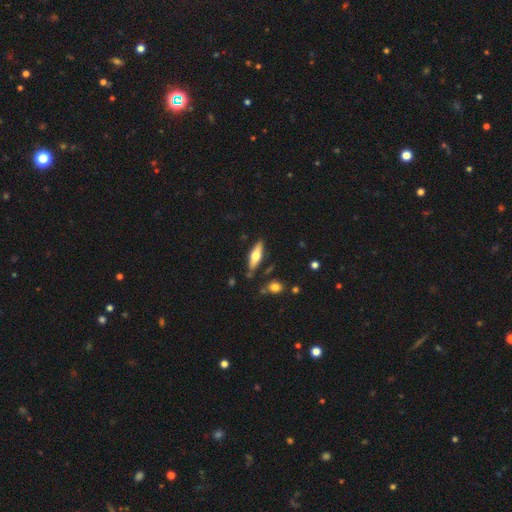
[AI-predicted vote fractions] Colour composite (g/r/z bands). It shows a smooth galaxy with no disk features (53%) that is cigar-shaped (55%). Merging: none (82%).